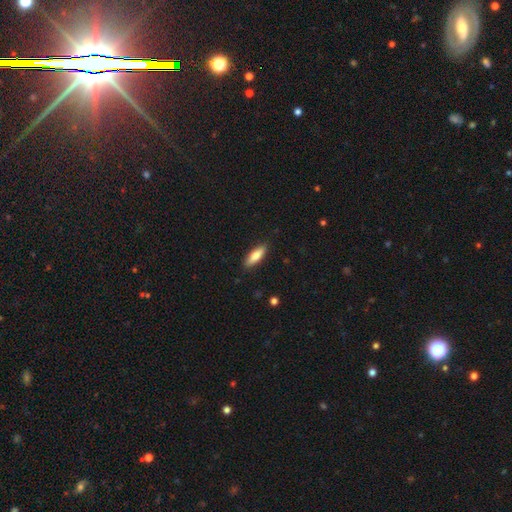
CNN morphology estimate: type=smooth (76%); roundness=in between (52%); merging=none (88%).